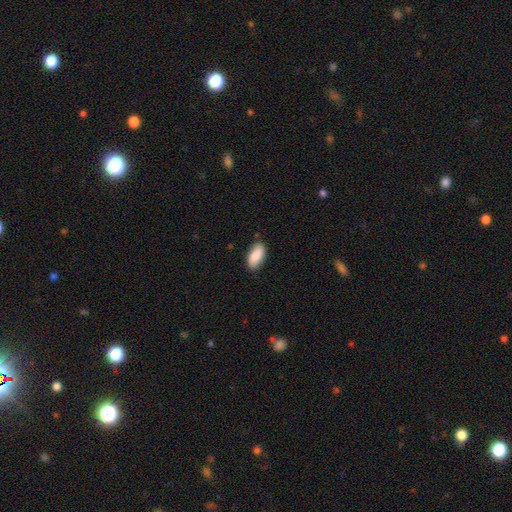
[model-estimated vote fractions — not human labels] Smooth or featured?
  - smooth: 83% *
  - featured or disk: 10%
  - star or artifact: 6%
How rounded?
  - in between: 92% *
  - cigar-shaped: 5%
  - round: 3%
Merging?
  - none: 81% *
  - minor disturbance: 15%
  - major disturbance: 3%
  - merger: 2%